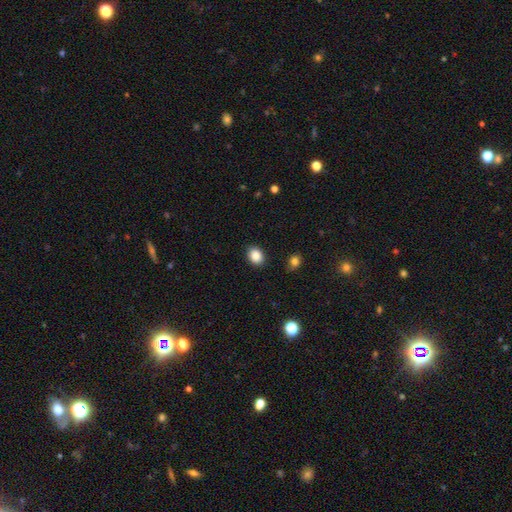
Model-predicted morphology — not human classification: A smooth galaxy with no disk features (87%) that is in between round and cigar-shaped (62%). Merging: none (89%).